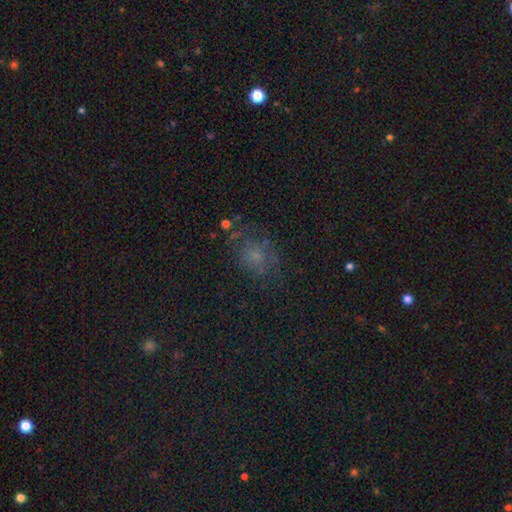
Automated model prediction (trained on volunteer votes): Smooth or featured: smooth — 49% (star or artifact — 27%)
Merging: none — 58% (minor disturbance — 22%)